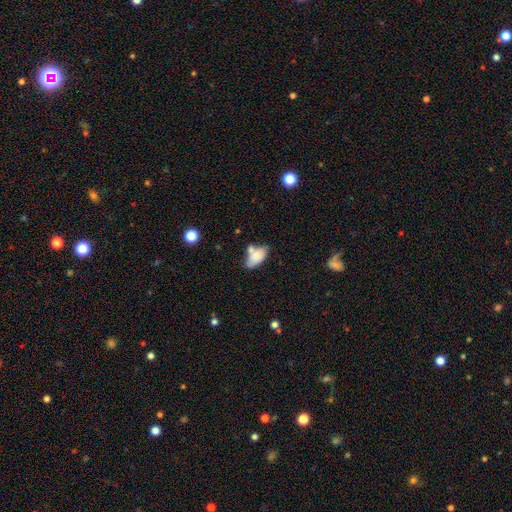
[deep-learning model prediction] Morphology: type=smooth (77%); roundness=in between (91%); merging=none (51%).